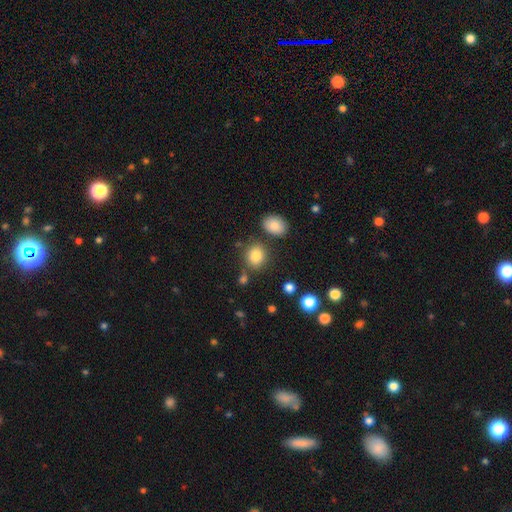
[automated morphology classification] Smooth or featured? smooth (84%)
How rounded? round (77%)
Merging? none (78%)